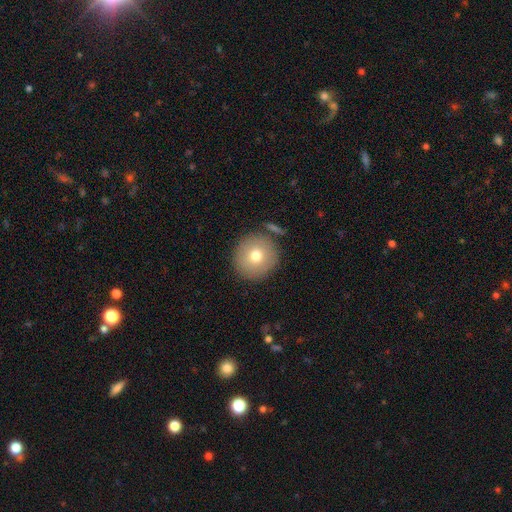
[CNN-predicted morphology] Smooth or featured? Predicted: smooth (p=0.75). How rounded? Predicted: round (p=0.95). Merging? Predicted: none (p=0.84).